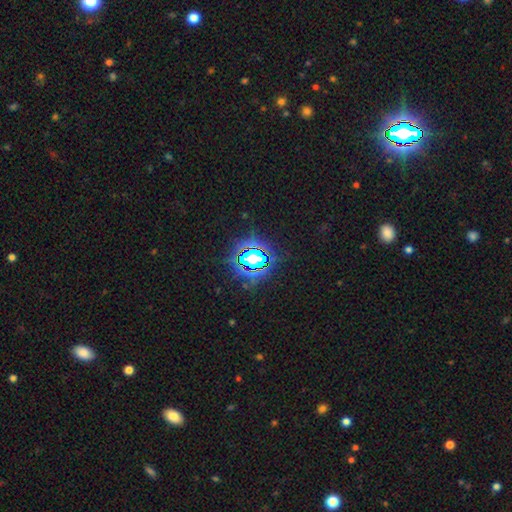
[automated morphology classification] Smooth or featured? Predicted: star or artifact (p=0.80).